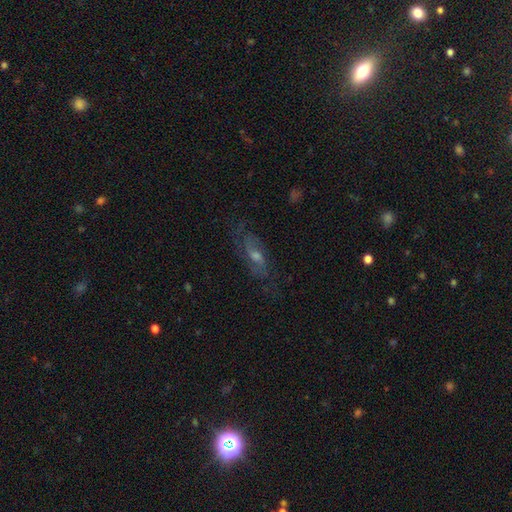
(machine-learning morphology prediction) Smooth or featured?
  - featured or disk: 65% *
  - smooth: 22%
  - star or artifact: 13%
Edge-on disk?
  - no: 79% *
  - yes: 21%
Bar?
  - no: 56% *
  - weak: 36%
  - strong: 8%
Spiral arms?
  - yes: 82% *
  - no: 18%
Bulge size?
  - moderate: 59% *
  - small: 27%
  - large: 8%
  - none: 4%
  - dominant: 1%
Merging?
  - none: 70% *
  - minor disturbance: 18%
  - major disturbance: 11%
  - merger: 1%